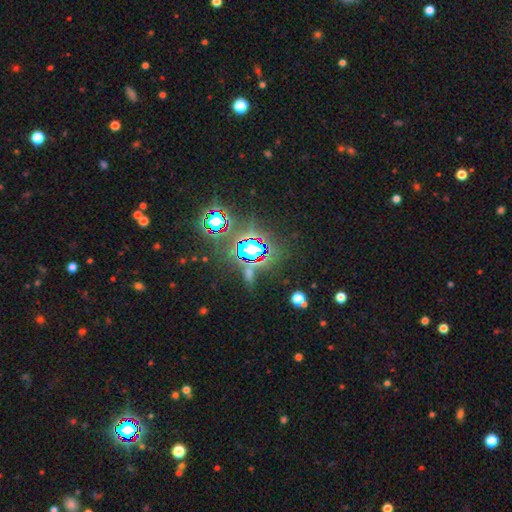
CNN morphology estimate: type=star or artifact (73%).